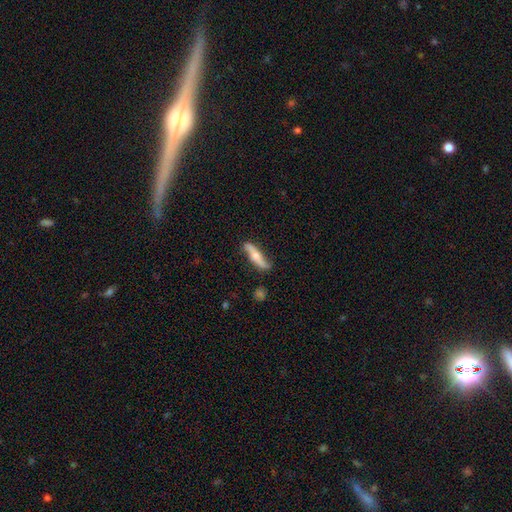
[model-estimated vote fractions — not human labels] A featured or disk galaxy (56%) viewed edge-on (64%).

Vote fractions:
- Smooth or featured? featured or disk: 56% / smooth: 39% / star or artifact: 5%
- Edge-on disk? yes: 64% / no: 36%
- Merging? none: 77% / minor disturbance: 17% / major disturbance: 4% / merger: 2%